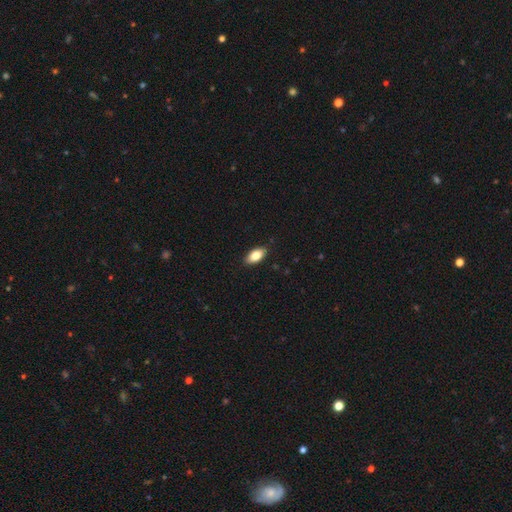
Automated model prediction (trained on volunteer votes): Smooth or featured?
  - smooth: 82% *
  - featured or disk: 12%
  - star or artifact: 7%
How rounded?
  - in between: 91% *
  - cigar-shaped: 6%
  - round: 3%
Merging?
  - none: 89% *
  - minor disturbance: 9%
  - major disturbance: 2%
  - merger: 1%